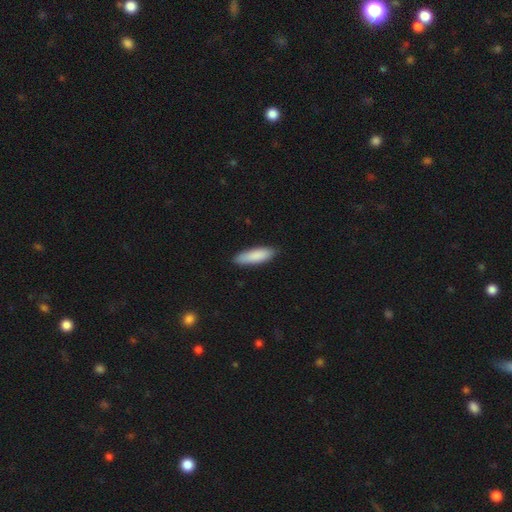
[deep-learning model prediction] Overall: smooth (89%). How rounded: in between (52%; cigar-shaped 47%). Merging: none (86%).